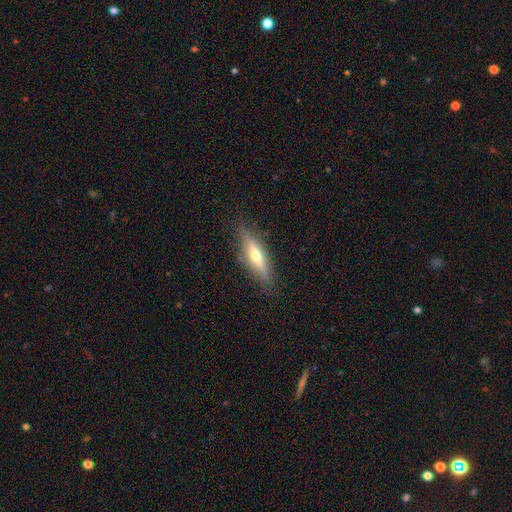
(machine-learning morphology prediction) Q: Smooth or featured?
A: featured or disk (63%); runner-up: smooth (30%)
Q: Edge-on disk?
A: yes (92%); runner-up: no (8%)
Q: Edge-on bulge?
A: rounded (90%); runner-up: none (6%)
Q: Merging?
A: none (86%); runner-up: minor disturbance (10%)